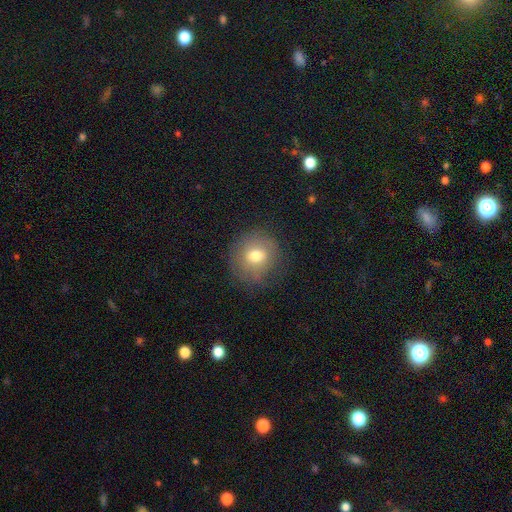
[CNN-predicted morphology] smooth-or-featured: smooth: 71% | featured or disk: 18% | star or artifact: 11%
  how-rounded: round: 86% | in between: 13% | cigar-shaped: 1%
  merging: none: 77% | minor disturbance: 15% | major disturbance: 7% | merger: 1%